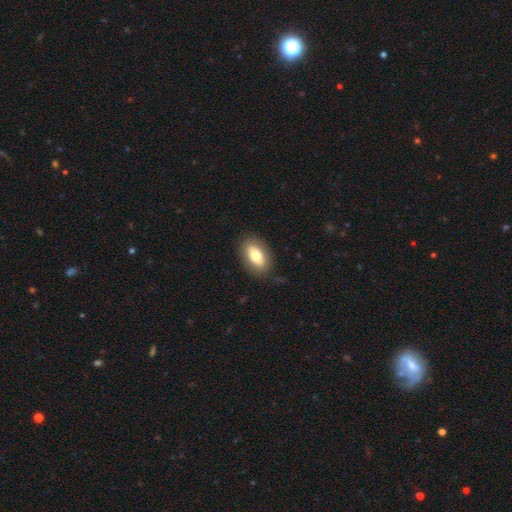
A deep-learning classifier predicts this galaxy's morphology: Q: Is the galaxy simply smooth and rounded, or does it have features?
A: smooth — 74%.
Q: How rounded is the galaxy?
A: in between — 90%.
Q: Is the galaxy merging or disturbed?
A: none — 85%.